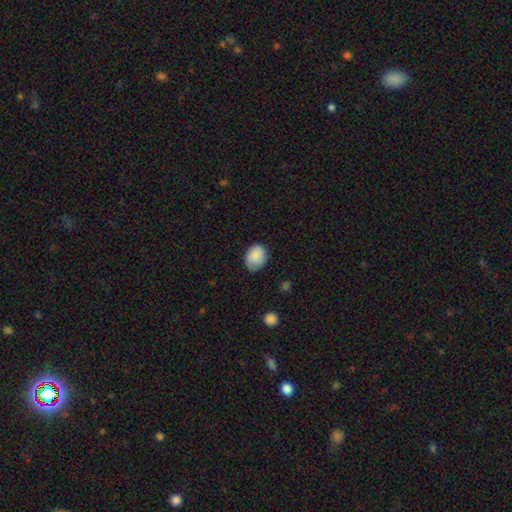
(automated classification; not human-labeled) Overall: smooth (86%). How rounded: in between (55%; round 44%). Merging: none (67%).